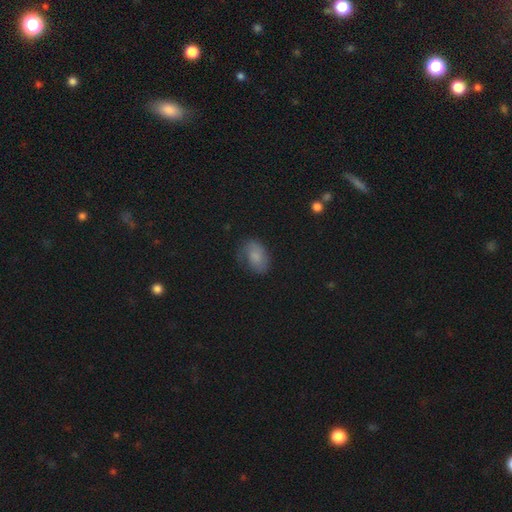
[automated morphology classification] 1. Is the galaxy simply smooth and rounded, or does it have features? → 73% smooth, 17% featured or disk, 10% star or artifact.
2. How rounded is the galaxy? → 84% in between, 14% round, 1% cigar-shaped.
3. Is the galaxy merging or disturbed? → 62% none, 26% minor disturbance, 10% major disturbance, 2% merger.